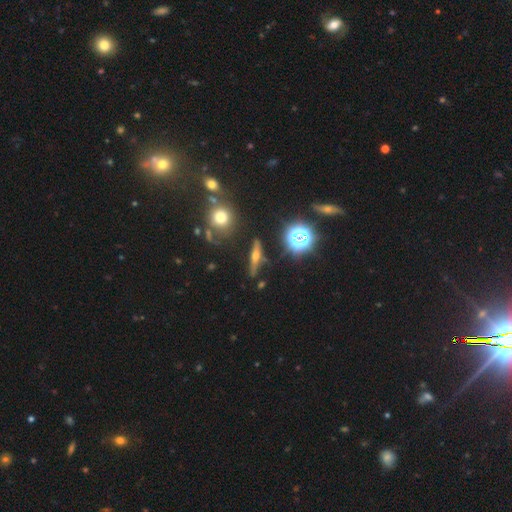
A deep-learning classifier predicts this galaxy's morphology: Smooth or featured: featured or disk — 60% (smooth — 24%)
Edge-on disk: yes — 91% (no — 9%)
Edge-on bulge: rounded — 94% (none — 3%)
Merging: none — 82% (minor disturbance — 11%)